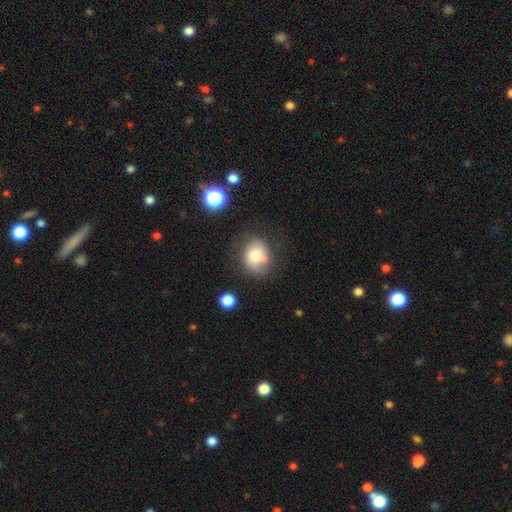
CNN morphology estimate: A smooth galaxy with no disk features (72%) that is round (64%).

Vote fractions:
- Smooth or featured? smooth: 72% / featured or disk: 18% / star or artifact: 10%
- How rounded? round: 64% / in between: 35% / cigar-shaped: 1%
- Merging? none: 56% / minor disturbance: 24% / major disturbance: 11% / merger: 10%